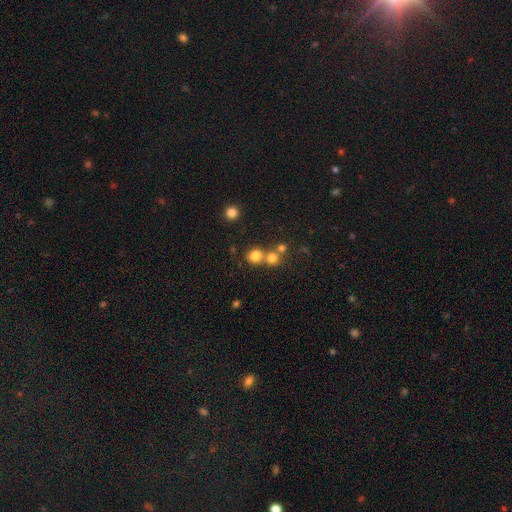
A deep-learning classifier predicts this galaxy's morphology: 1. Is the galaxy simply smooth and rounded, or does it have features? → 77% smooth, 15% star or artifact, 8% featured or disk.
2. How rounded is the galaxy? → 84% round, 15% in between, 1% cigar-shaped.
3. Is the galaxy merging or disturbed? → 54% none, 36% merger, 7% minor disturbance, 3% major disturbance.